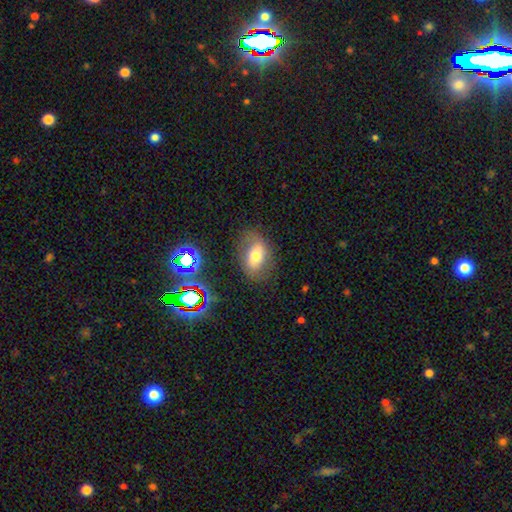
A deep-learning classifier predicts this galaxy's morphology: smooth-or-featured: smooth: 61% | featured or disk: 27% | star or artifact: 12%
  how-rounded: in between: 83% | round: 15% | cigar-shaped: 2%
  merging: none: 73% | minor disturbance: 17% | major disturbance: 8% | merger: 2%